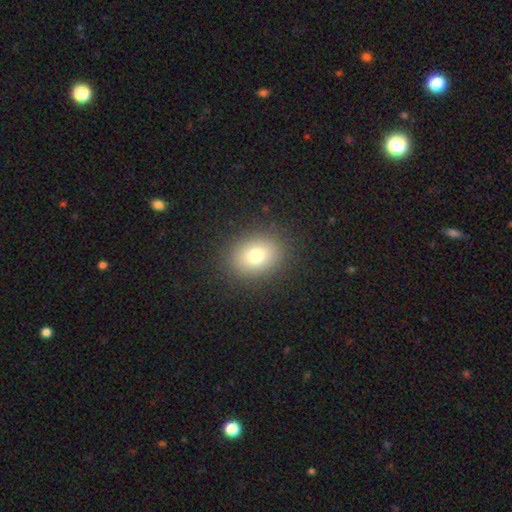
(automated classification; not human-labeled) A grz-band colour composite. It shows a smooth galaxy with no disk features (77%) that is in between round and cigar-shaped (50%). Merging: none (88%).